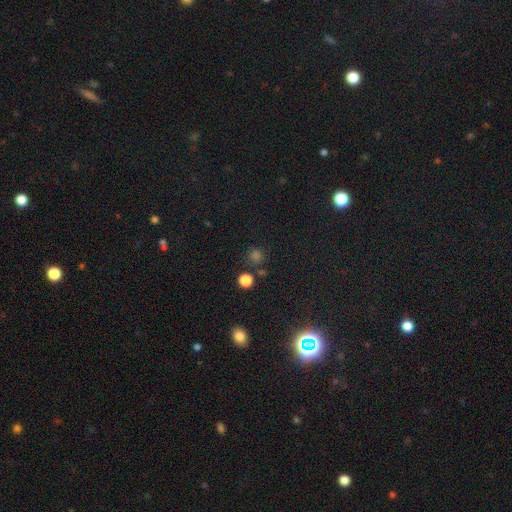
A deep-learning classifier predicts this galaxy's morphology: Smooth or featured? Predicted: smooth (p=0.60). How rounded? Predicted: round (p=0.91). Merging? Predicted: none (p=0.81).